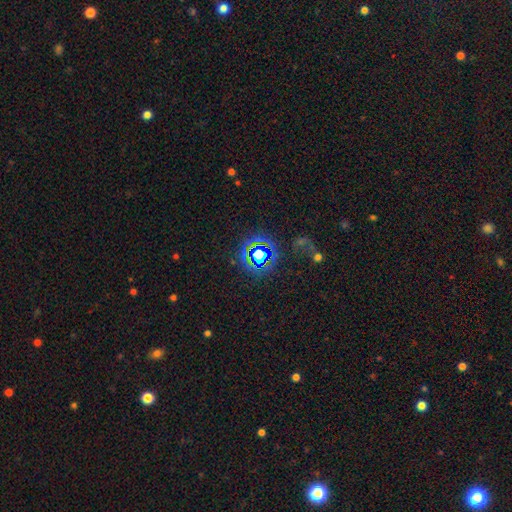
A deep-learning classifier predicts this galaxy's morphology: Smooth or featured? Predicted: star or artifact (p=0.71).